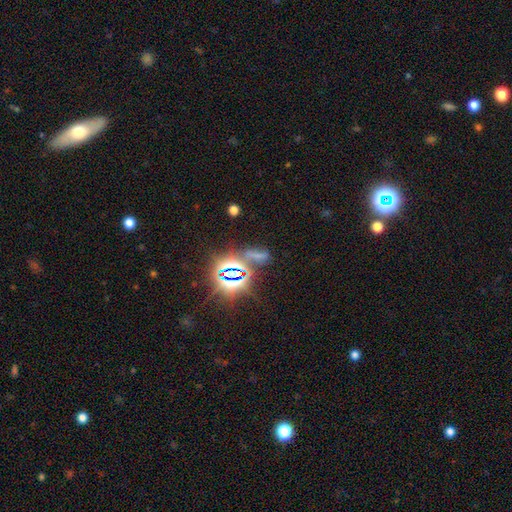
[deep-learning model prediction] Smooth or featured? star or artifact (61%)